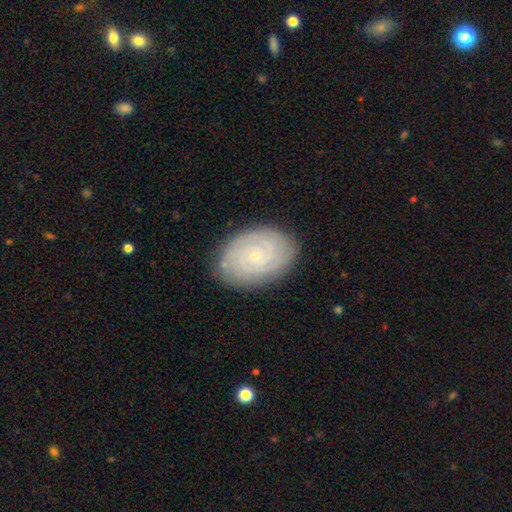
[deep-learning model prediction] smooth_or_featured: featured or disk (p=0.73) [alt: smooth p=0.20]
disk_edge_on: no (p=0.97) [alt: yes p=0.03]
bar: no (p=0.80) [alt: weak p=0.17]
has_spiral_arms: yes (p=0.93) [alt: no p=0.07]
spiral_winding: tight (p=0.81) [alt: medium p=0.15]
spiral_arm_count: can't tell (p=0.39) [alt: 2 p=0.18]
bulge_size: small (p=0.86) [alt: moderate p=0.09]
merging: none (p=0.84) [alt: minor disturbance p=0.12]